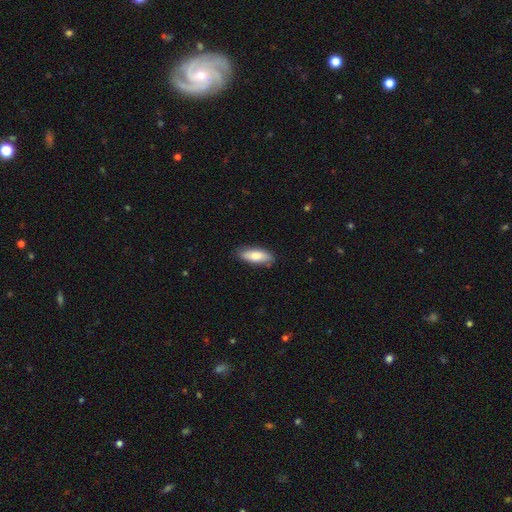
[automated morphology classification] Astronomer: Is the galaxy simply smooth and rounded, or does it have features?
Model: smooth — 78%.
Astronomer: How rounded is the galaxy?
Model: in between — 71%.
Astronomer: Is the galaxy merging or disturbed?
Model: none — 83%.